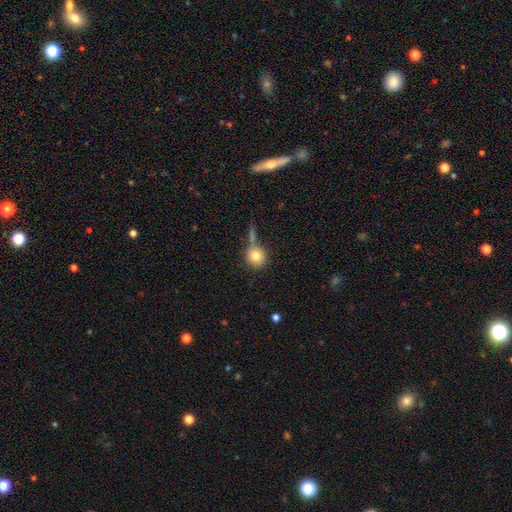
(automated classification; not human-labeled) Smooth or featured: smooth — 79% (featured or disk — 11%)
How rounded: round — 88% (in between — 11%)
Merging: none — 59% (merger — 21%)